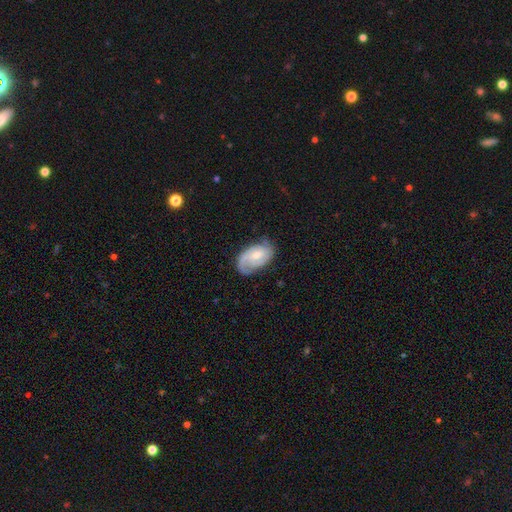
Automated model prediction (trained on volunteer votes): smooth_or_featured: featured or disk (p=0.74) [alt: smooth p=0.20]
disk_edge_on: no (p=0.96) [alt: yes p=0.04]
bar: no (p=0.53) [alt: weak p=0.41]
has_spiral_arms: yes (p=0.93) [alt: no p=0.07]
spiral_winding: tight (p=0.44) [alt: medium p=0.40]
spiral_arm_count: 2 (p=0.58) [alt: can't tell p=0.16]
bulge_size: moderate (p=0.51) [alt: small p=0.40]
merging: none (p=0.65) [alt: minor disturbance p=0.24]